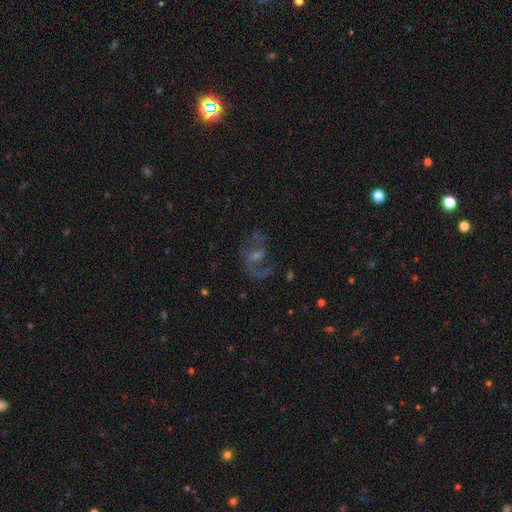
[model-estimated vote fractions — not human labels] A featured or disk galaxy (79%) with a weak bar (51%), 2 (75%) medium (48%) spiral arms (92%) and a small central bulge (46%). Merging: none (64%).